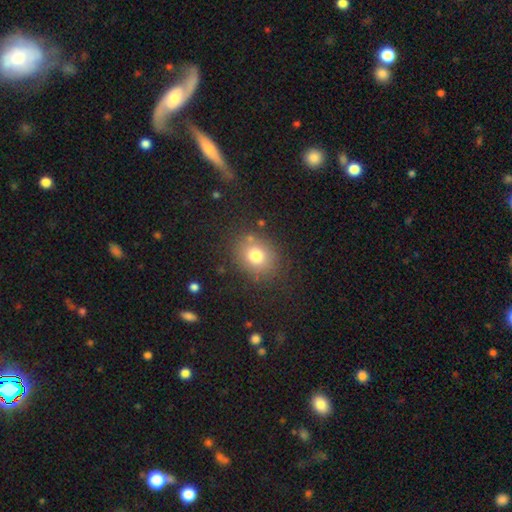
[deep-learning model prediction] A smooth galaxy with no disk features (75%) that is round (61%).

Vote fractions:
- Smooth or featured? smooth: 75% / star or artifact: 14% / featured or disk: 11%
- How rounded? round: 61% / in between: 38% / cigar-shaped: 1%
- Merging? none: 80% / minor disturbance: 12% / major disturbance: 5% / merger: 3%